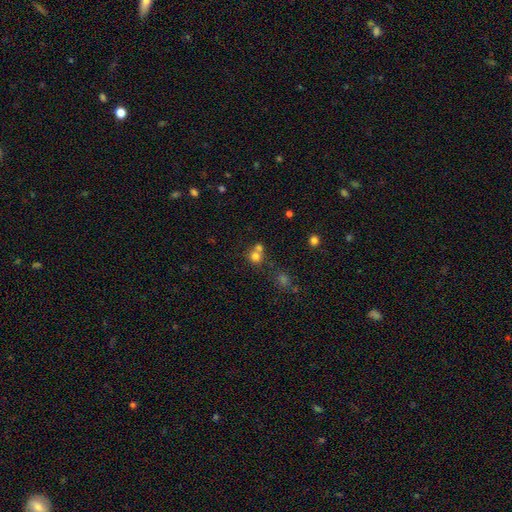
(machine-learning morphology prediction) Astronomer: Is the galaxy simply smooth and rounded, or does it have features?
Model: smooth — 75%.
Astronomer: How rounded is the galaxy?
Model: round — 85%.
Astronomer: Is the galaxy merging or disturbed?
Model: merger — 46% (runner-up: none, 44%).